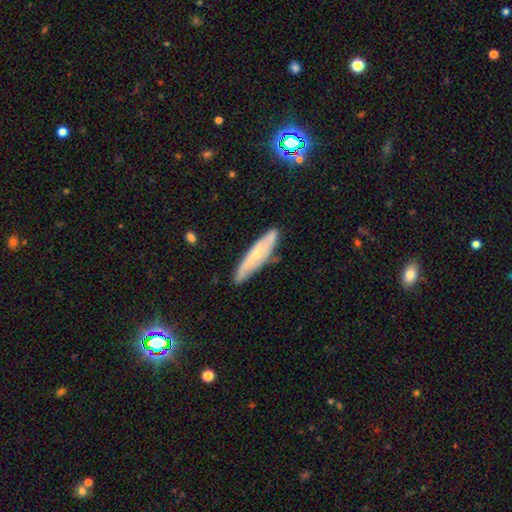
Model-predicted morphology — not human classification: Smooth or featured? featured or disk (51%)
Edge-on disk? yes (55%)
Merging? none (80%)